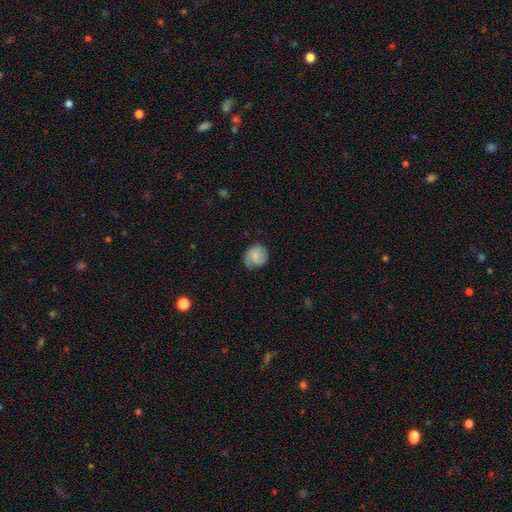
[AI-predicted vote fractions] Smooth or featured? Predicted: smooth (p=0.74). How rounded? Predicted: round (p=0.76). Merging? Predicted: none (p=0.64).